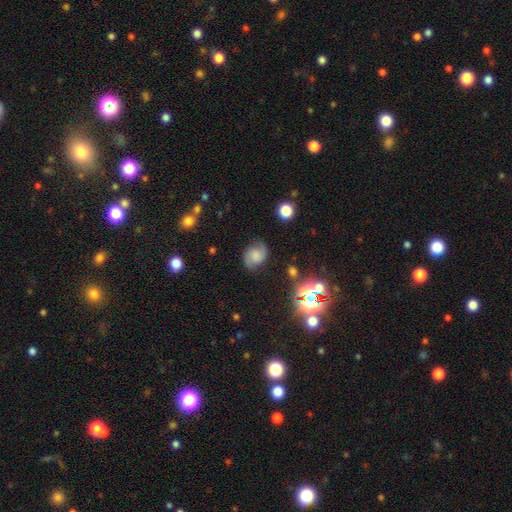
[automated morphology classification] Smooth or featured? featured or disk (58%)
Edge-on disk? no (97%)
Bar? no (59%)
Spiral arms? yes (93%)
Spiral winding? medium (50%)
Spiral arm count? 2 (89%)
Bulge size? none (36%)
Merging? none (74%)